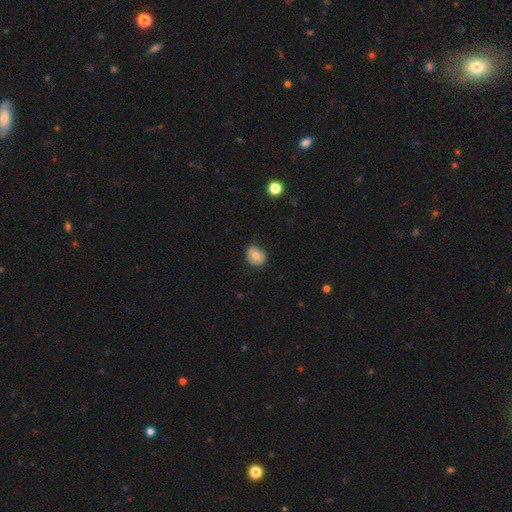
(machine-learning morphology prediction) A smooth galaxy with no disk features (72%) that is round (56%). Merging: none (77%).